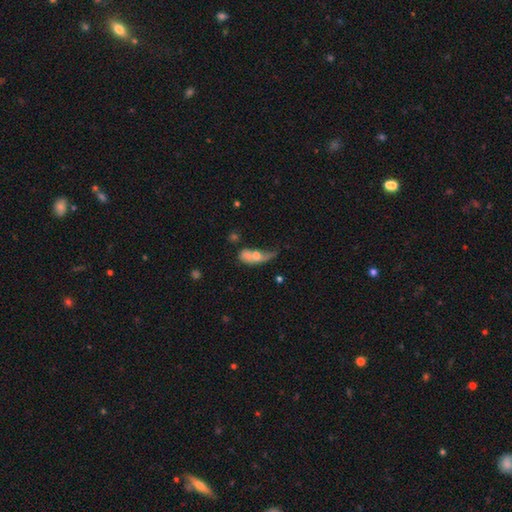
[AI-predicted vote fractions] Morphology: type=smooth (57%); roundness=in between (69%); merging=major disturbance (34%).